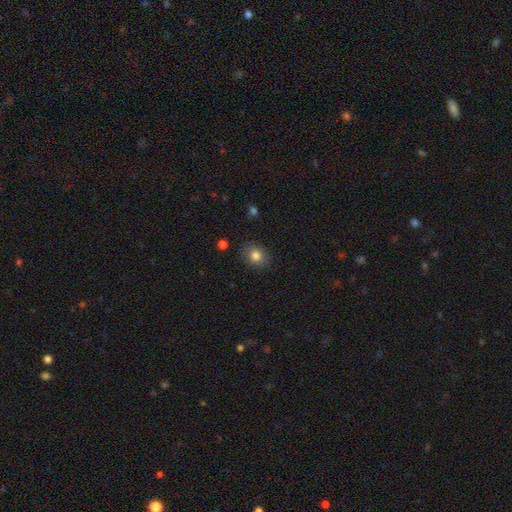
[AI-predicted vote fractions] Smooth or featured? smooth (82%)
How rounded? round (55%)
Merging? none (86%)